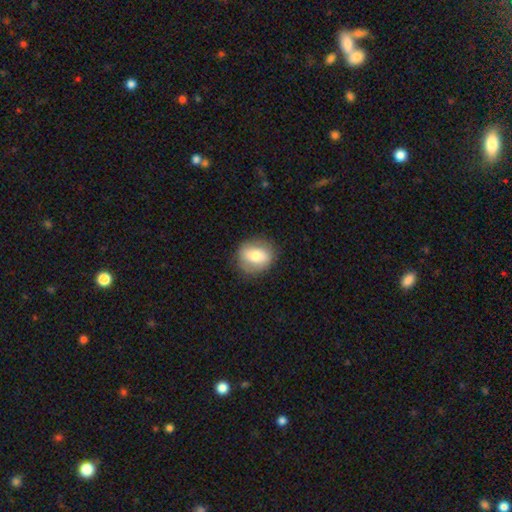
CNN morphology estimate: This is likely a smooth galaxy (67%). How rounded: possibly round (59%). Merging: clearly none (82%).